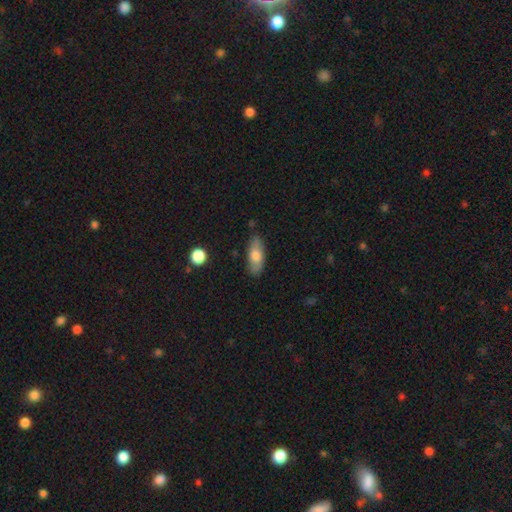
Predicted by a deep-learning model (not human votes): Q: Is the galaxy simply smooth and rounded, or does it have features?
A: smooth — 70%.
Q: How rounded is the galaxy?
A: in between — 77%.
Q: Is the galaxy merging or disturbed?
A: none — 81%.